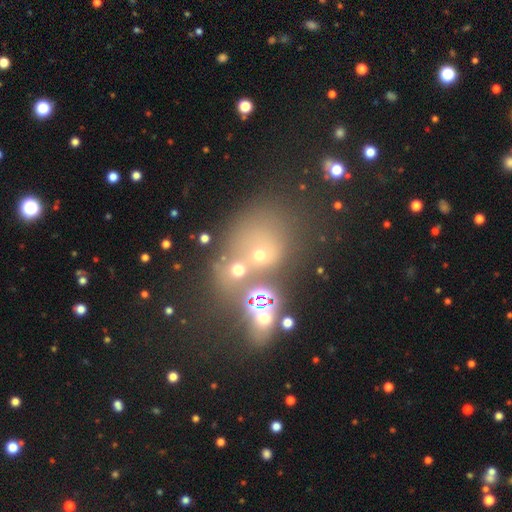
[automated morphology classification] Overall: star or artifact (42%; smooth 38%).